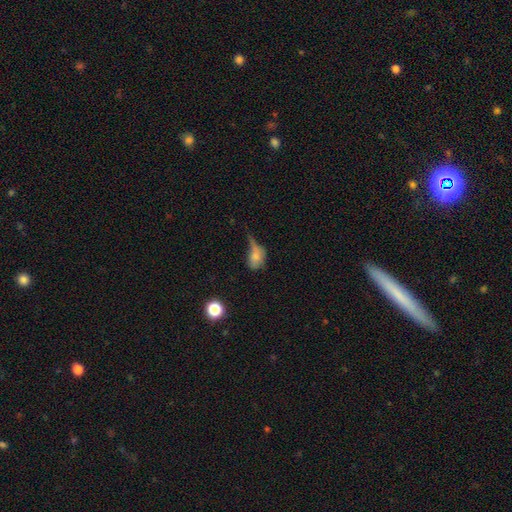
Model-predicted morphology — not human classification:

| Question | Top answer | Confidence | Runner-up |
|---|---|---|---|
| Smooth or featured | smooth | 65% | featured or disk (23%) |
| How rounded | in between | 69% | round (27%) |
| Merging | major disturbance | 40% | minor disturbance (27%) |